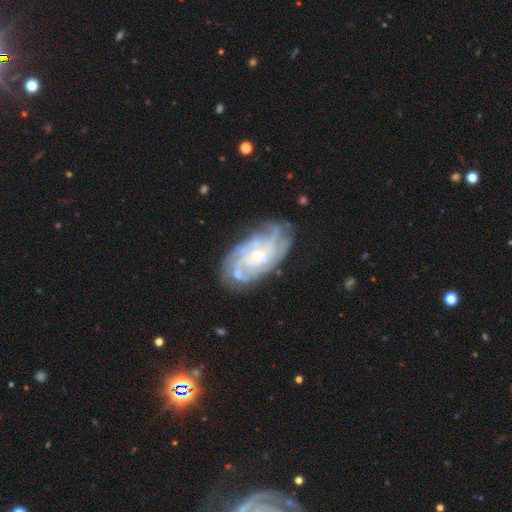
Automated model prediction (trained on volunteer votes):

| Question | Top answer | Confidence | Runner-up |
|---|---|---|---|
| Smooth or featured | featured or disk | 81% | smooth (12%) |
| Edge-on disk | no | 95% | yes (5%) |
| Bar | no | 73% | weak (23%) |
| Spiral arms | yes | 93% | no (7%) |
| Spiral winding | tight | 64% | medium (28%) |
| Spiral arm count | can't tell | 40% | 4 (20%) |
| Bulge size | small | 59% | moderate (35%) |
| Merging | none | 72% | minor disturbance (19%) |